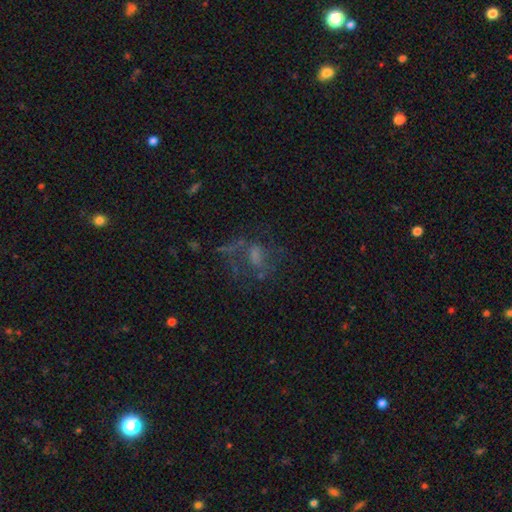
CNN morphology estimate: Overall: featured or disk (45%; smooth 34%). Merging: none (39%; major disturbance 38%).